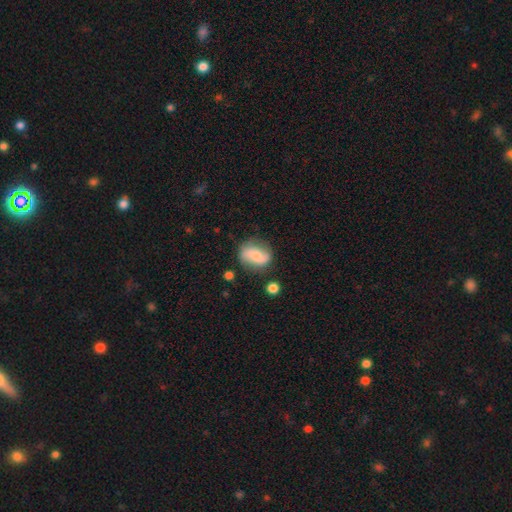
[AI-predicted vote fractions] Smooth or featured?
  - featured or disk: 48% *
  - smooth: 45%
  - star or artifact: 8%
Merging?
  - none: 72% *
  - minor disturbance: 19%
  - major disturbance: 6%
  - merger: 3%